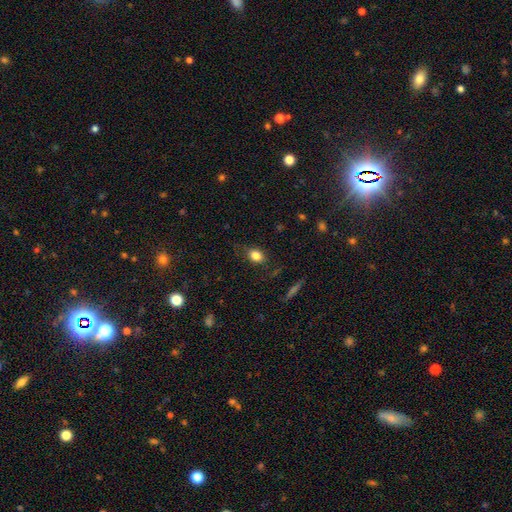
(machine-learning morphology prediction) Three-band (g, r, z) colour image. It shows a smooth galaxy with no disk features (82%) that is in between round and cigar-shaped (54%). Merging: none (75%).